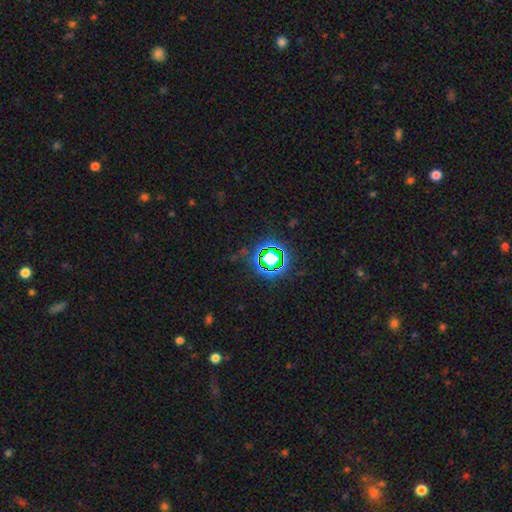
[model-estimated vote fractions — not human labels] smooth_or_featured: star or artifact (p=0.79) [alt: smooth p=0.13]